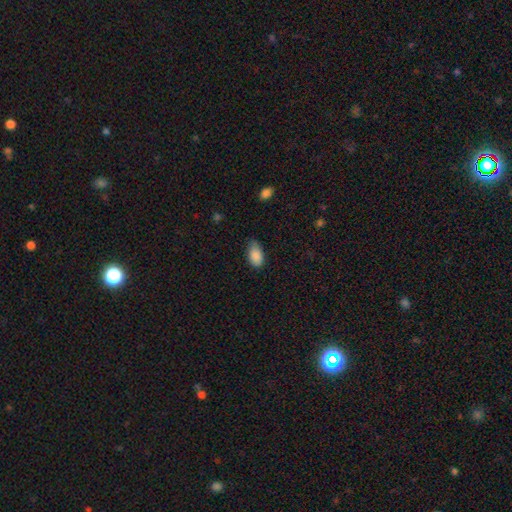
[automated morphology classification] Smooth or featured?
  - smooth: 88% *
  - star or artifact: 7%
  - featured or disk: 5%
How rounded?
  - in between: 92% *
  - round: 5%
  - cigar-shaped: 2%
Merging?
  - none: 61% *
  - minor disturbance: 33%
  - major disturbance: 5%
  - merger: 1%